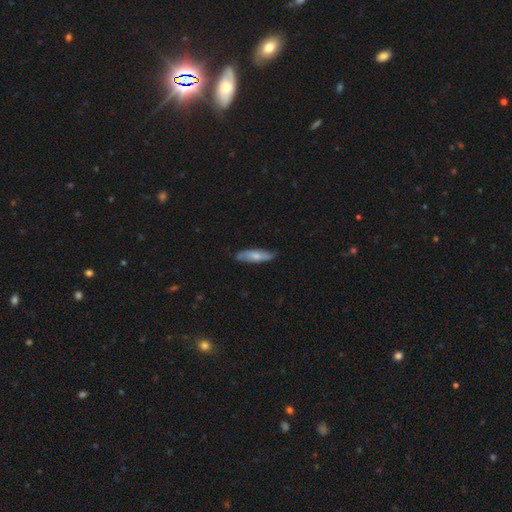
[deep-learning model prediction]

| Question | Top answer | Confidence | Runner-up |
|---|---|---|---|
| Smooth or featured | smooth | 61% | featured or disk (33%) |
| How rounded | cigar-shaped | 53% | in between (45%) |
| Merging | none | 78% | minor disturbance (18%) |